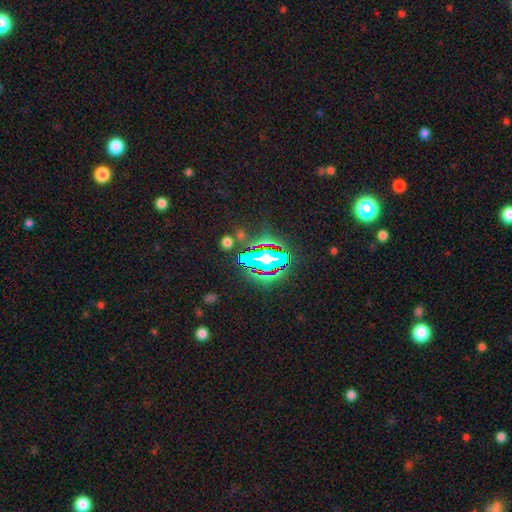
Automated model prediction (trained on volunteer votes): Overall: star or artifact (83%).